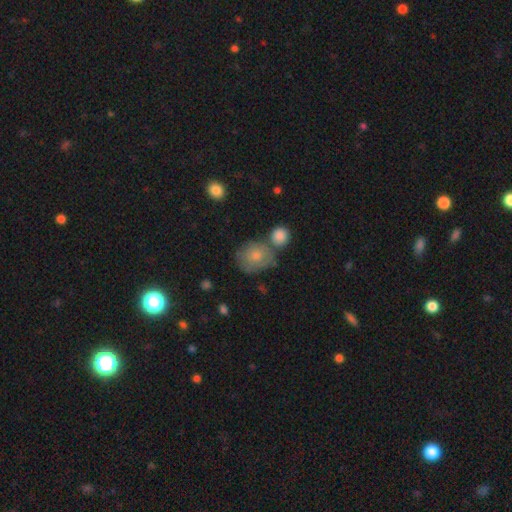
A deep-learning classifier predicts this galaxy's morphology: smooth 70%, featured or disk 23%, star or artifact 7%. Down the decision tree: how rounded — round (66%); merging — none (46%).